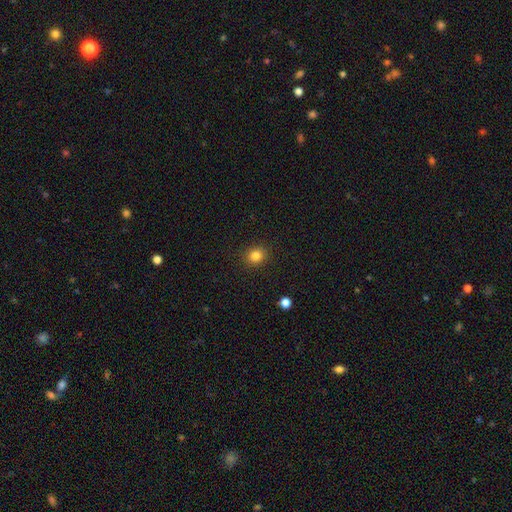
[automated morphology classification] This is clearly a smooth galaxy (84%). How rounded: likely round (79%). Merging: clearly none (90%).